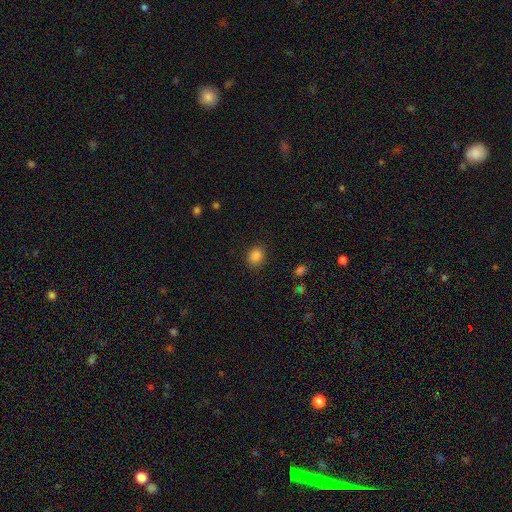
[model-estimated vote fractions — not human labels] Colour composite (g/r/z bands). It shows a smooth galaxy with no disk features (86%) that is round (51%). Merging: none (85%).